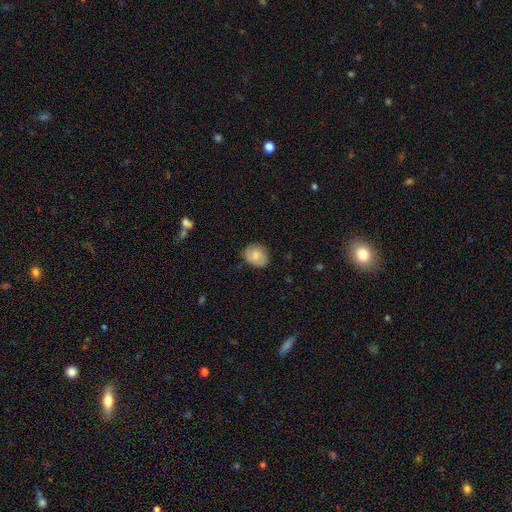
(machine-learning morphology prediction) Overall: smooth (71%). How rounded: round (57%; in between 42%). Merging: none (76%).